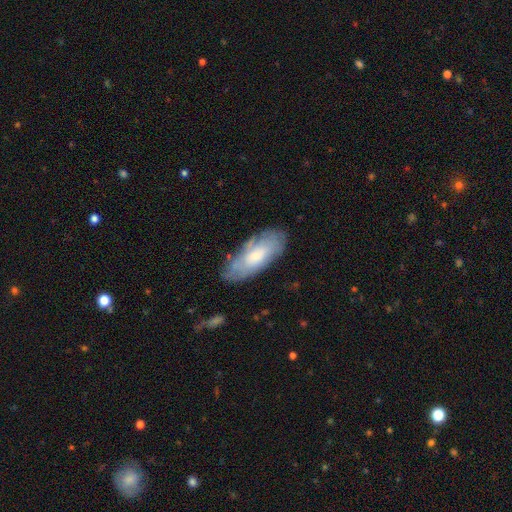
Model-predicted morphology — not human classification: smooth_or_featured: smooth (p=0.59) [alt: featured or disk p=0.34]
how_rounded: in between (p=0.82) [alt: cigar-shaped p=0.16]
merging: none (p=0.71) [alt: minor disturbance p=0.21]